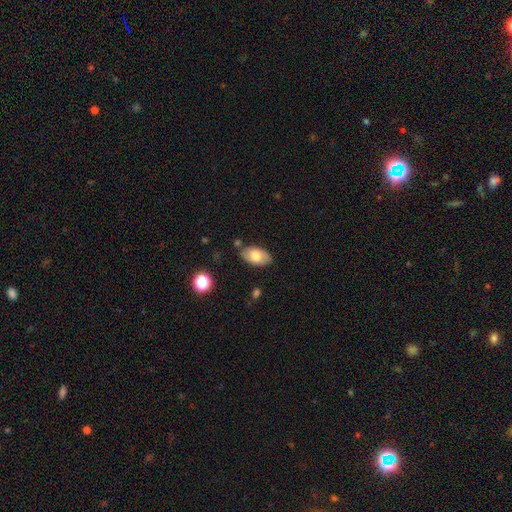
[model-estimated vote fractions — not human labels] Smooth or featured?
  - smooth: 71% *
  - featured or disk: 21%
  - star or artifact: 7%
How rounded?
  - in between: 93% *
  - round: 5%
  - cigar-shaped: 2%
Merging?
  - none: 79% *
  - minor disturbance: 15%
  - merger: 4%
  - major disturbance: 3%